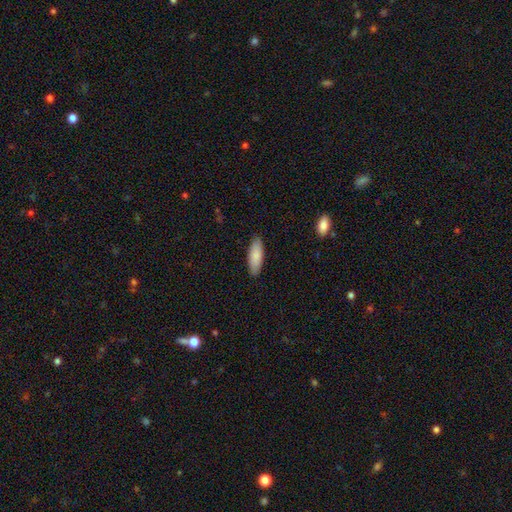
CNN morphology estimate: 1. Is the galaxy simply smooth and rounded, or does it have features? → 87% smooth, 8% featured or disk, 5% star or artifact.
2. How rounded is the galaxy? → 66% in between, 33% cigar-shaped, 2% round.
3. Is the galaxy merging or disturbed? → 89% none, 8% minor disturbance, 2% major disturbance, 1% merger.